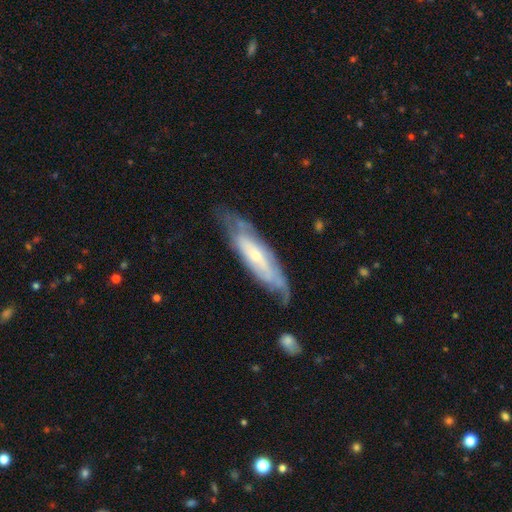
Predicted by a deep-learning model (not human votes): featured or disk 70%, smooth 25%, star or artifact 6%. Down the decision tree: edge-on disk — no (66%); merging — none (61%).